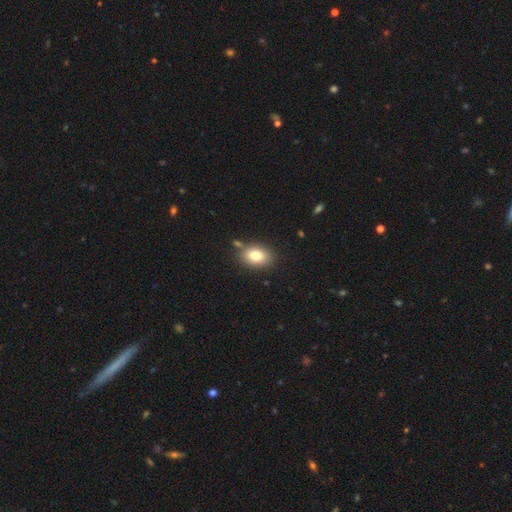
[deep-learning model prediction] This appears to be a smooth galaxy with no disk features (80%) that is in between round and cigar-shaped (78%). Merging: none (77%).